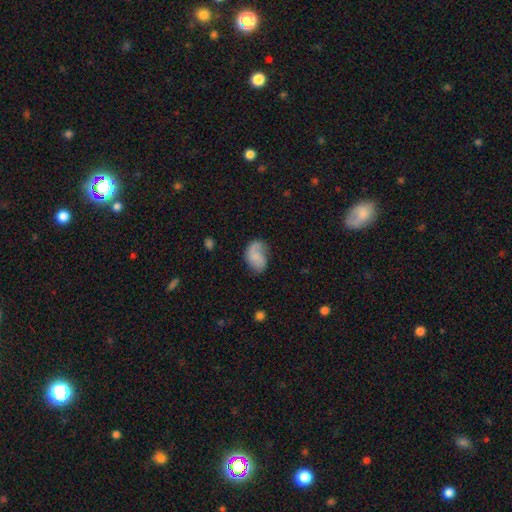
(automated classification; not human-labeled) Q: Smooth or featured?
A: smooth (48%); runner-up: featured or disk (44%)
Q: Merging?
A: none (51%); runner-up: minor disturbance (28%)